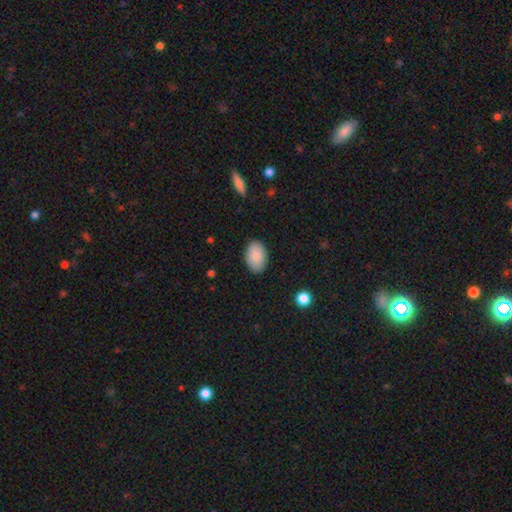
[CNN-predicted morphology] A smooth galaxy with no disk features (88%) that is in between round and cigar-shaped (90%). Merging: none (87%).